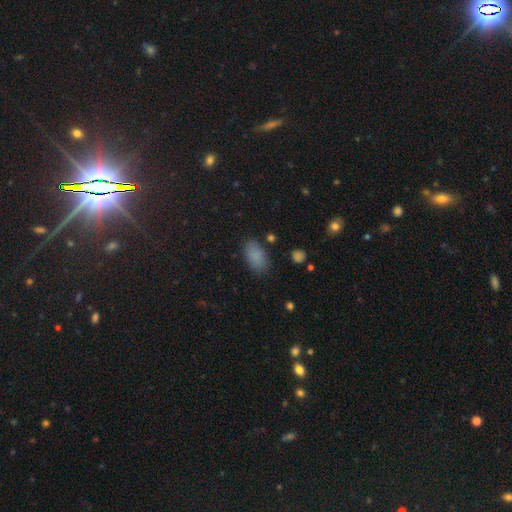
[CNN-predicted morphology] smooth-or-featured: smooth: 85% | star or artifact: 10% | featured or disk: 5%
  how-rounded: in between: 92% | round: 6% | cigar-shaped: 2%
  merging: none: 80% | minor disturbance: 14% | major disturbance: 4% | merger: 2%